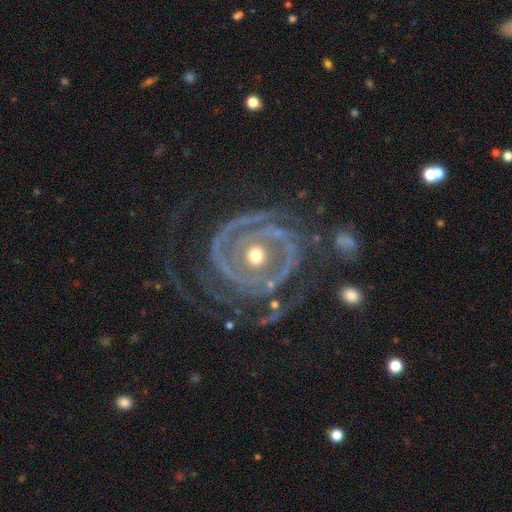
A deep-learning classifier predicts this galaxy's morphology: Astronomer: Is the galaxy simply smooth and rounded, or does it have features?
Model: featured or disk — 88%.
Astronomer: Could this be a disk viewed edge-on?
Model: no — 97%.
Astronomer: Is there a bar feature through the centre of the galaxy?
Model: no — 81%.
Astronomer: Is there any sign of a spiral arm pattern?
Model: yes — 86%.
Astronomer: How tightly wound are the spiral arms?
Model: tight — 61%.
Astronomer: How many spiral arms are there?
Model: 2 — 33% (runner-up: can't tell, 22%).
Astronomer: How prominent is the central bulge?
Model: moderate — 64%.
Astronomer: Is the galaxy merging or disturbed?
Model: none — 61%.